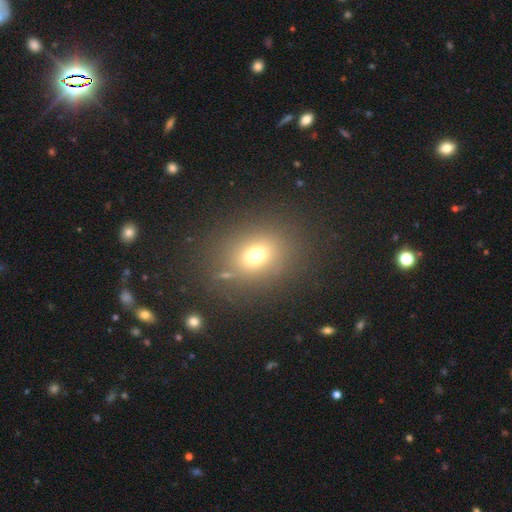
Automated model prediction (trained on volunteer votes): The model was most divided on "how rounded": round: 56%, in between: 42%, cigar-shaped: 1%. More confident: merging — none (79%); smooth or featured — smooth (69%).